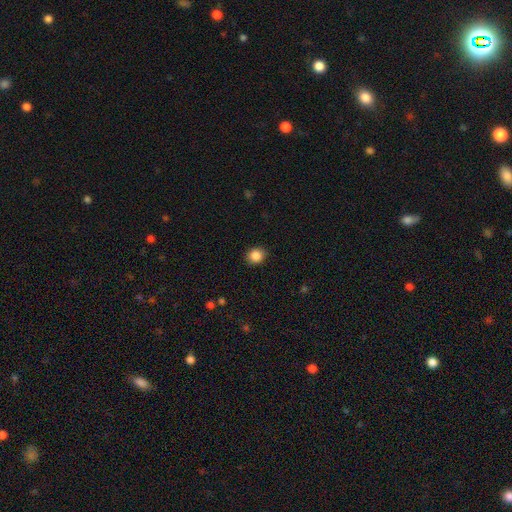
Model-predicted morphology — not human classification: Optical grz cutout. It shows a smooth galaxy with no disk features (86%) that is round (73%). Merging: none (90%).